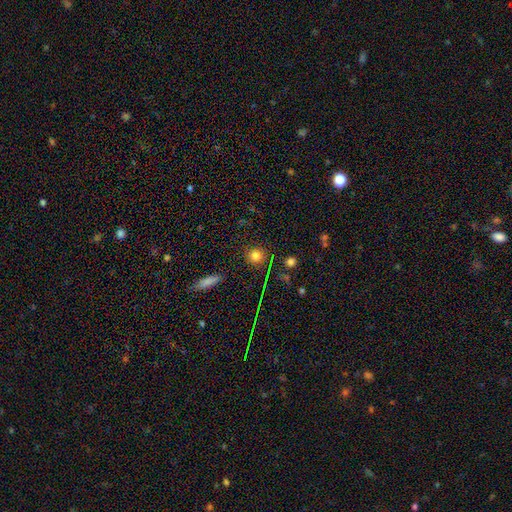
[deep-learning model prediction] Overall: smooth (78%). How rounded: round (87%). Merging: none (87%).